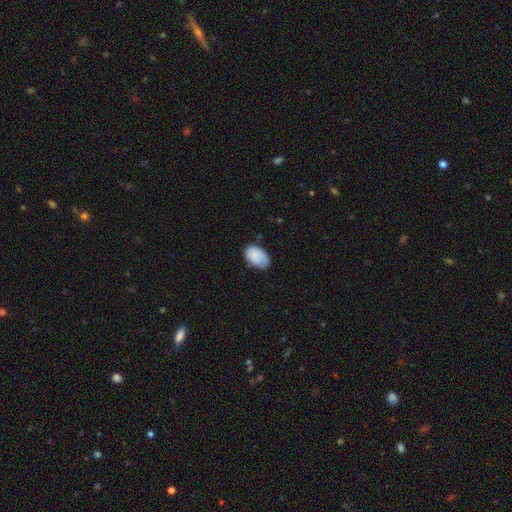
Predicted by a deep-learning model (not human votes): Smooth or featured?
  - smooth: 76% *
  - featured or disk: 17%
  - star or artifact: 7%
How rounded?
  - in between: 91% *
  - round: 8%
  - cigar-shaped: 1%
Merging?
  - none: 62% *
  - minor disturbance: 30%
  - major disturbance: 7%
  - merger: 2%